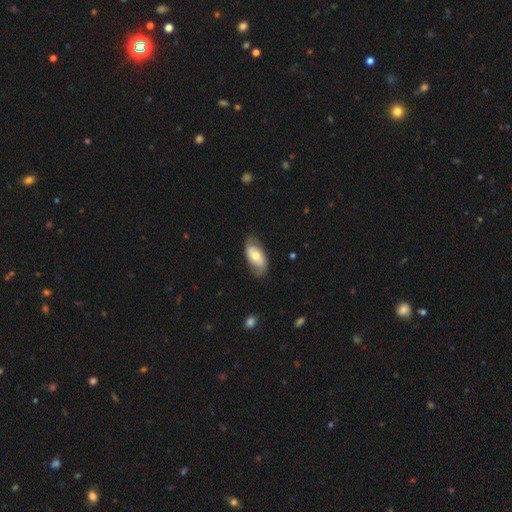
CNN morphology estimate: This appears to be a featured or disk galaxy (51%). Merging: none (72%).